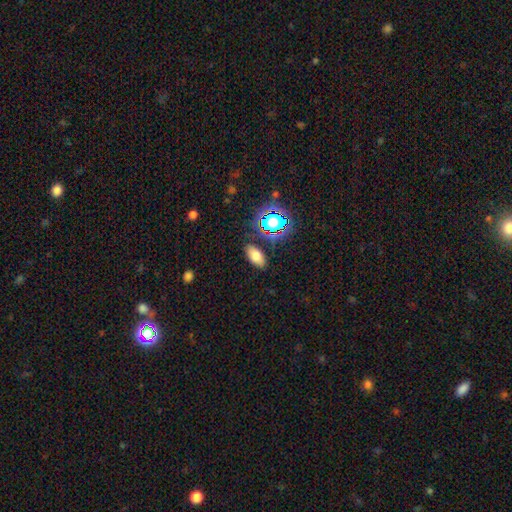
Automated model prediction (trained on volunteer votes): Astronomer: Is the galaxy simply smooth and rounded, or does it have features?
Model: smooth — 71%.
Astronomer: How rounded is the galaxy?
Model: in between — 90%.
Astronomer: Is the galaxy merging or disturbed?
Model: none — 84%.